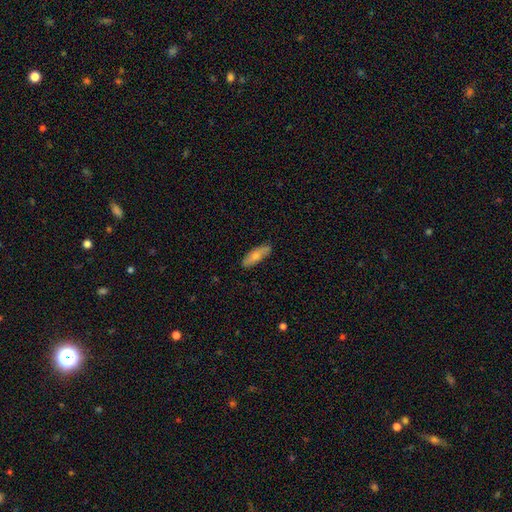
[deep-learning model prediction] Overall: smooth (75%). How rounded: in between (61%; cigar-shaped 37%). Merging: none (80%).